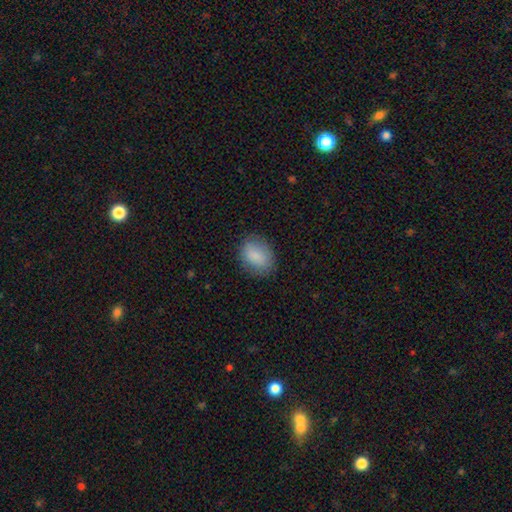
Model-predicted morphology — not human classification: smooth-or-featured: smooth: 86% | star or artifact: 7% | featured or disk: 7%
  how-rounded: in between: 71% | round: 28% | cigar-shaped: 1%
  merging: none: 80% | minor disturbance: 15% | major disturbance: 4% | merger: 1%